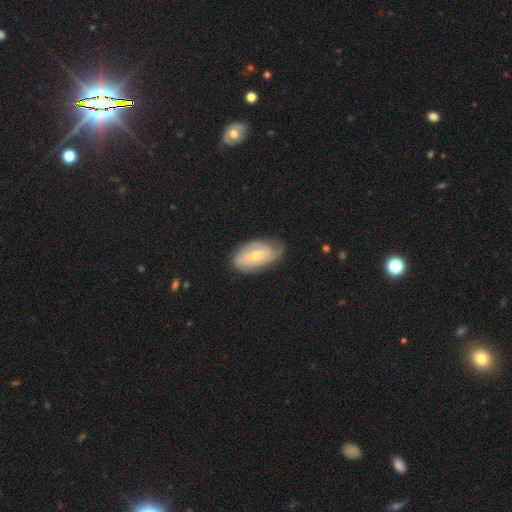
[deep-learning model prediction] Q: Smooth or featured?
A: featured or disk (61%); runner-up: smooth (34%)
Q: Edge-on disk?
A: no (93%); runner-up: yes (7%)
Q: Bar?
A: no (55%); runner-up: weak (35%)
Q: Spiral arms?
A: yes (78%); runner-up: no (22%)
Q: Bulge size?
A: moderate (52%); runner-up: small (45%)
Q: Merging?
A: none (67%); runner-up: minor disturbance (25%)